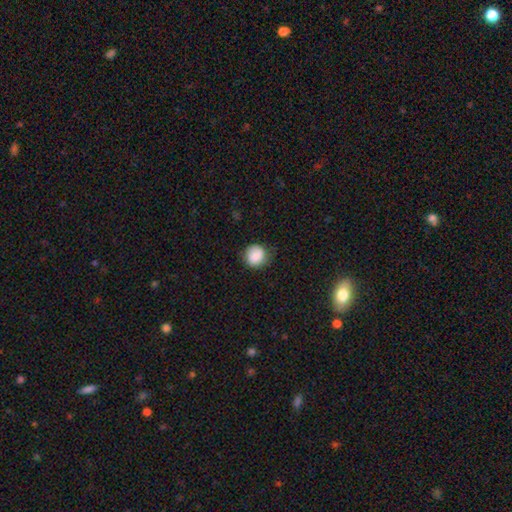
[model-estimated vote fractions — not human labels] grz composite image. It shows a smooth galaxy with no disk features (86%) that is round (86%). Merging: none (78%).